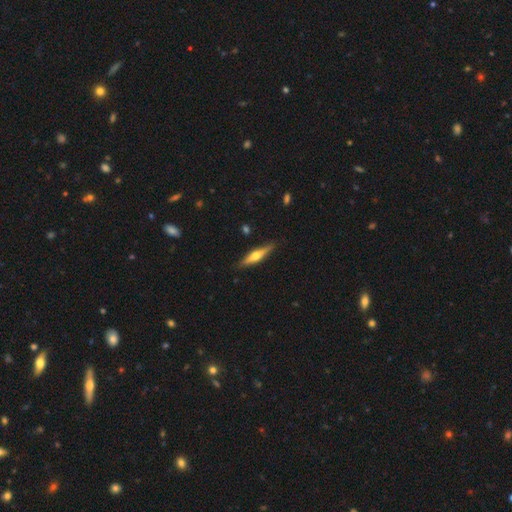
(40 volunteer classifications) Q: Smooth or featured?
A: featured or disk (60%); runner-up: smooth (40%)
Q: Edge-on disk?
A: yes (92%); runner-up: no (8%)
Q: Edge-on bulge?
A: rounded (95%); runner-up: boxy (5%)
Q: Merging?
A: none (92%); runner-up: minor disturbance (5%)